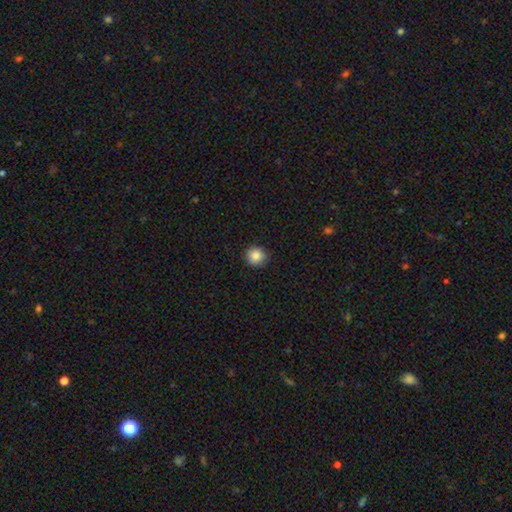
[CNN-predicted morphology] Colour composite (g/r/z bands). It shows a smooth galaxy with no disk features (85%) that is round (90%). Merging: none (88%).